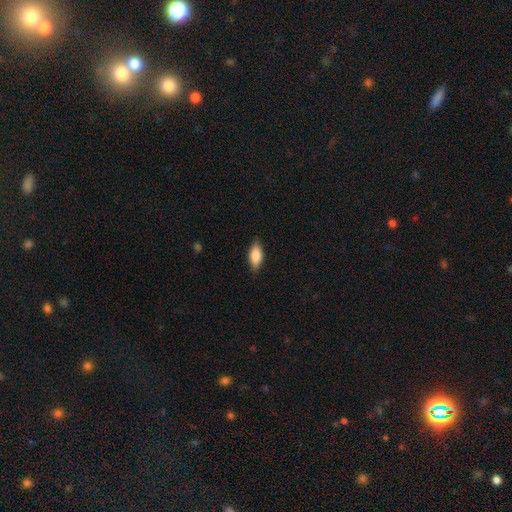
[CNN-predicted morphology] Q: Smooth or featured?
A: smooth (80%); runner-up: featured or disk (14%)
Q: How rounded?
A: in between (85%); runner-up: cigar-shaped (11%)
Q: Merging?
A: none (83%); runner-up: minor disturbance (13%)